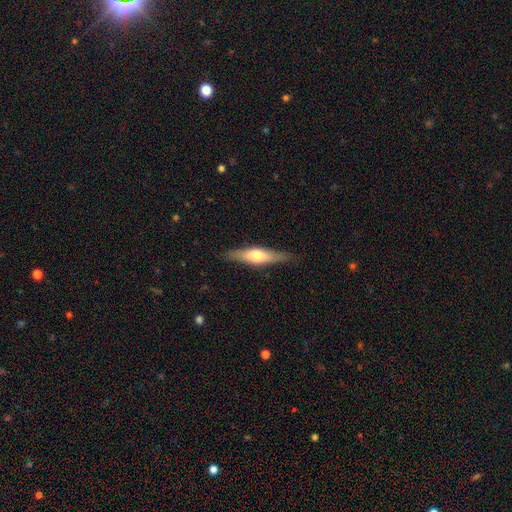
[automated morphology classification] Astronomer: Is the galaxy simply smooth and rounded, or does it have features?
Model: featured or disk — 55% (runner-up: smooth, 39%).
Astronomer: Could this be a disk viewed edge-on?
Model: yes — 91%.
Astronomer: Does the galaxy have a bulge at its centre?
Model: rounded — 88%.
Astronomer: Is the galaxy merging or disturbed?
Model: none — 87%.